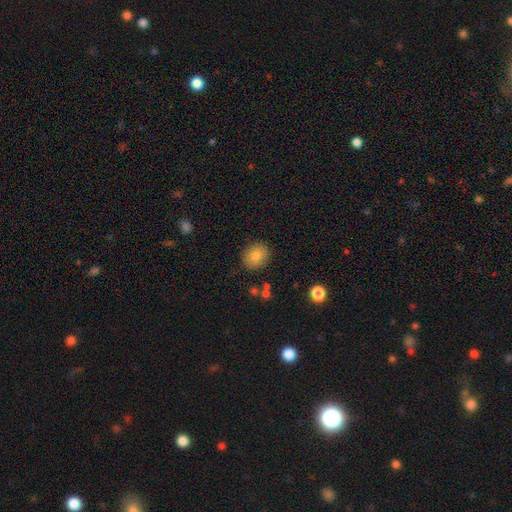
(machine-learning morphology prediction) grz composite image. It shows a smooth galaxy with no disk features (78%) that is round (79%). Merging: none (86%).